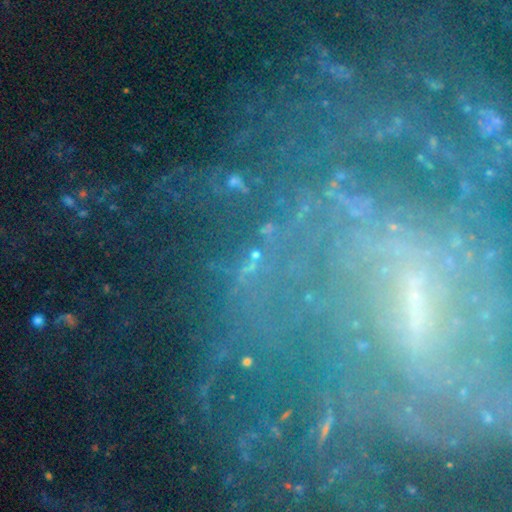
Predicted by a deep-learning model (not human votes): Morphology: type=star or artifact (46%).